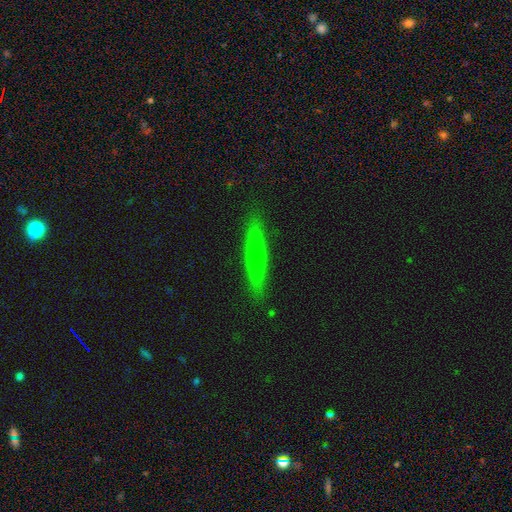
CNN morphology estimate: Smooth or featured? Predicted: smooth (p=0.60). How rounded? Predicted: cigar-shaped (p=0.92). Merging? Predicted: none (p=0.89).